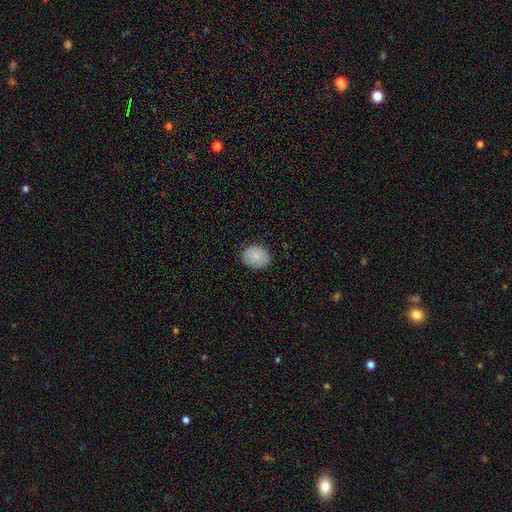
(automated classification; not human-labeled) smooth-or-featured: smooth: 82% | featured or disk: 11% | star or artifact: 8%
  how-rounded: round: 54% | in between: 45% | cigar-shaped: 1%
  merging: none: 85% | minor disturbance: 12% | major disturbance: 2% | merger: 1%